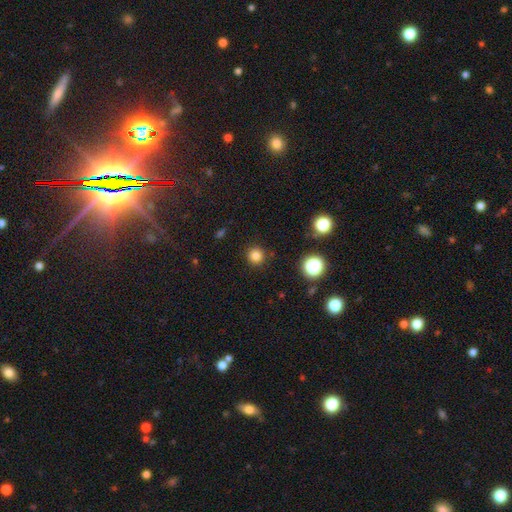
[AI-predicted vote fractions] smooth 81%, star or artifact 15%, featured or disk 4%. Down the decision tree: how rounded — round (94%); merging — none (90%).